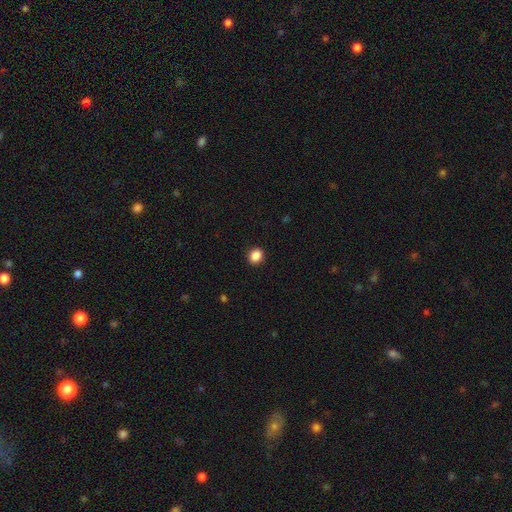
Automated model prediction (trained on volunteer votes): The model was most divided on "how rounded": round: 75%, in between: 25%, cigar-shaped: 1%. More confident: merging — none (91%); smooth or featured — smooth (87%).